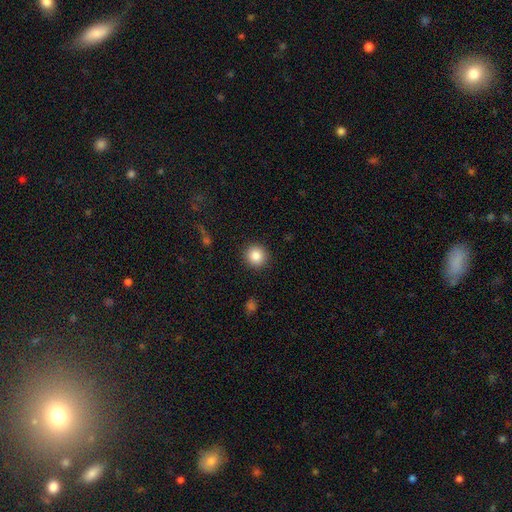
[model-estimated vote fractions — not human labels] smooth-or-featured: smooth: 86% | star or artifact: 9% | featured or disk: 5%
  how-rounded: round: 93% | in between: 6% | cigar-shaped: 1%
  merging: none: 91% | minor disturbance: 6% | major disturbance: 2% | merger: 1%